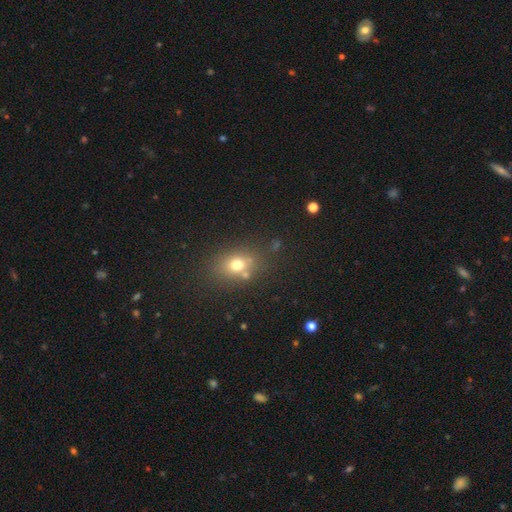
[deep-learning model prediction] Smooth or featured?
  - smooth: 62% *
  - star or artifact: 30%
  - featured or disk: 8%
How rounded?
  - in between: 52% *
  - round: 46%
  - cigar-shaped: 2%
Merging?
  - none: 87% *
  - minor disturbance: 8%
  - major disturbance: 3%
  - merger: 2%